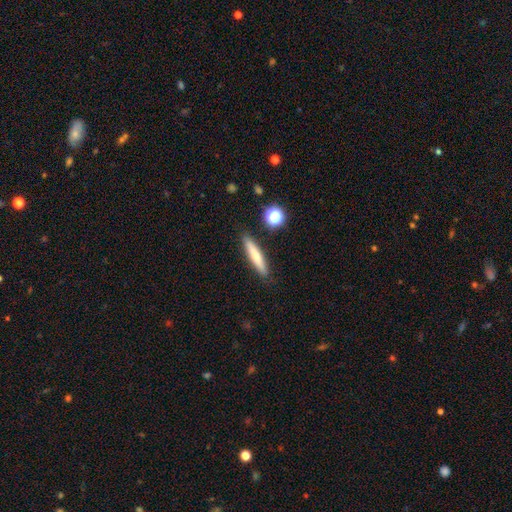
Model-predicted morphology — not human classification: Smooth or featured?
  - smooth: 66% *
  - featured or disk: 26%
  - star or artifact: 7%
How rounded?
  - cigar-shaped: 90% *
  - in between: 9%
  - round: 2%
Merging?
  - none: 89% *
  - minor disturbance: 8%
  - merger: 2%
  - major disturbance: 2%